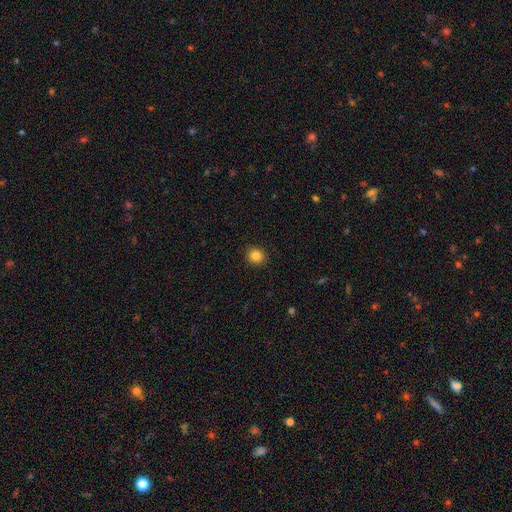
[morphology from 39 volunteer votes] This appears to be a smooth galaxy with no disk features (90%) that is round (97%). Merging: none (89%).